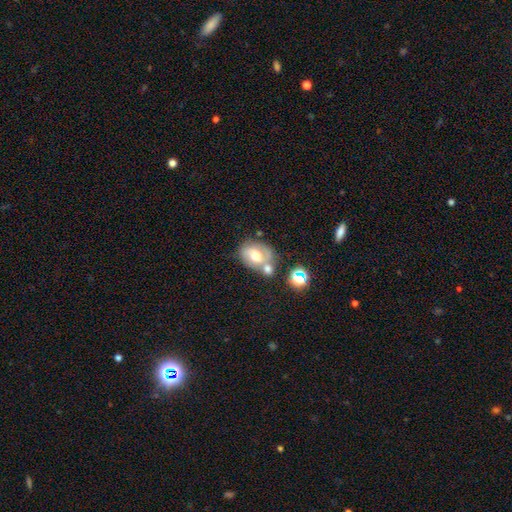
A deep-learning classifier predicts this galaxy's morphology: This is possibly a smooth galaxy (51%). How rounded: possibly in between (57%). Merging: marginally none (39%).